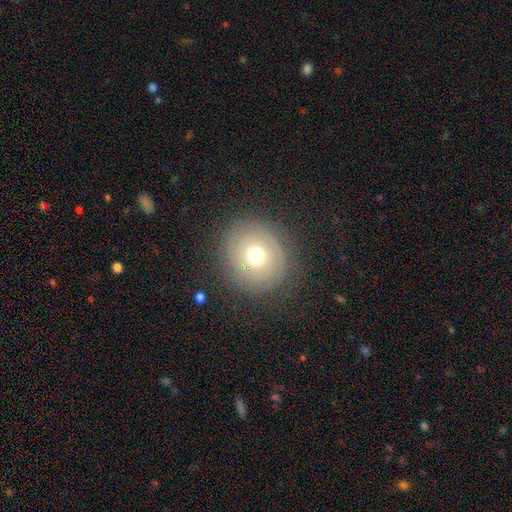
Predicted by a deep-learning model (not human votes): Smooth or featured: smooth — 51% (featured or disk — 37%)
How rounded: round — 80% (in between — 19%)
Merging: none — 82% (minor disturbance — 11%)